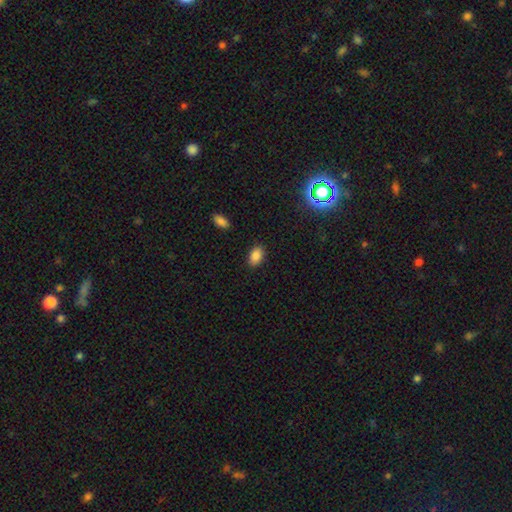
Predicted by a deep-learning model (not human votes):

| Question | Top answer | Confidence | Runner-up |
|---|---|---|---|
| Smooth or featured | smooth | 86% | star or artifact (10%) |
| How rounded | in between | 89% | round (10%) |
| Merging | none | 86% | minor disturbance (10%) |